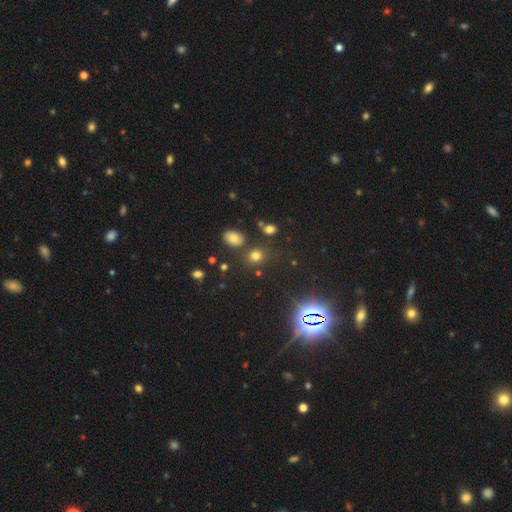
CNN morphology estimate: smooth 68%, star or artifact 25%, featured or disk 8%. Down the decision tree: how rounded — round (60%); merging — none (75%).